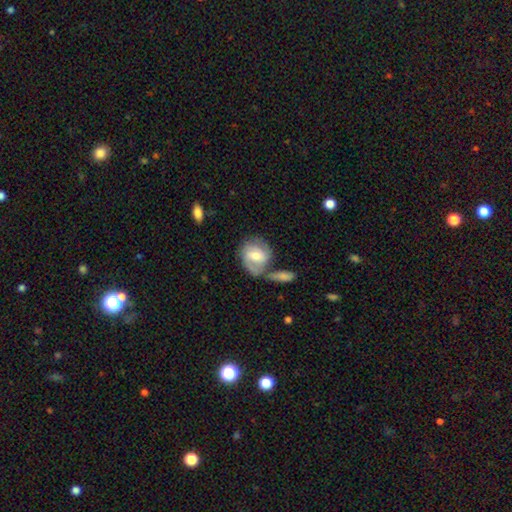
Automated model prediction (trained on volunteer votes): The model was most divided on "merging": none: 42%, merger: 29%, minor disturbance: 18%, major disturbance: 11%. More confident: edge-on disk — no (96%); spiral arms — yes (80%); bulge size — moderate (65%); smooth or featured — featured or disk (56%); bar — weak (51%).